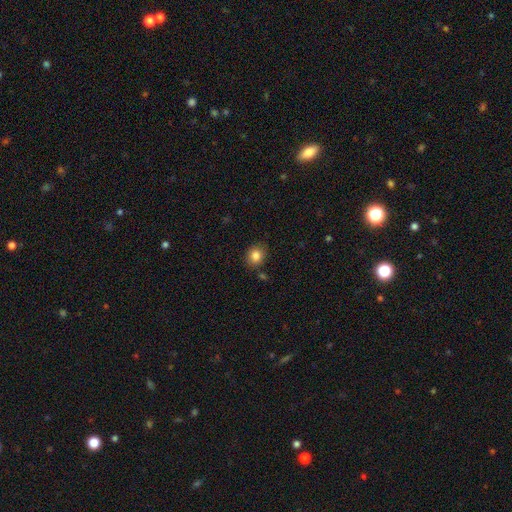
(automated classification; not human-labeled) Morphology: type=smooth (83%); roundness=round (72%); merging=none (84%).